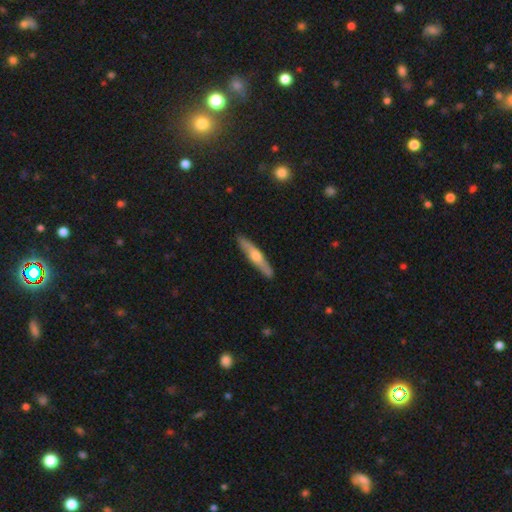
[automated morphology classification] featured or disk 58%, smooth 37%, star or artifact 5%. Down the decision tree: edge-on disk — yes (93%); edge-on bulge — rounded (90%); merging — none (90%).